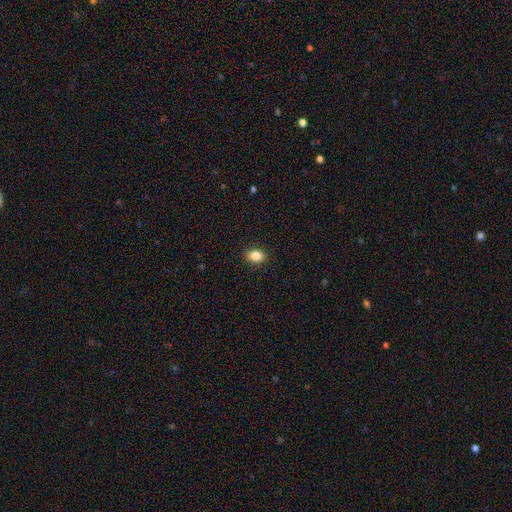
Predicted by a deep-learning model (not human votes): Smooth or featured? Predicted: smooth (p=0.86). How rounded? Predicted: in between (p=0.73). Merging? Predicted: none (p=0.90).